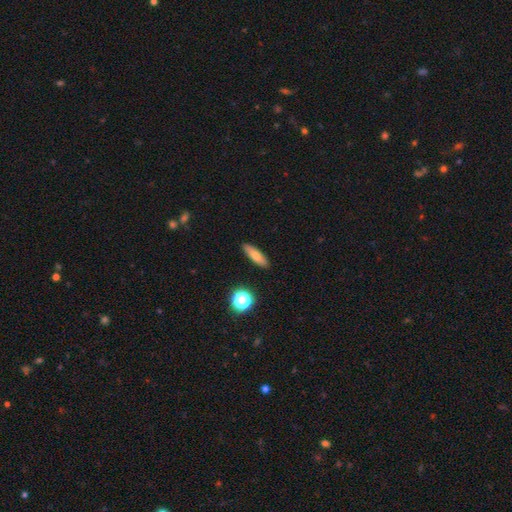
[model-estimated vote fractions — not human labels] Q: Smooth or featured?
A: smooth (69%); runner-up: featured or disk (22%)
Q: How rounded?
A: cigar-shaped (54%); runner-up: in between (42%)
Q: Merging?
A: none (89%); runner-up: minor disturbance (8%)